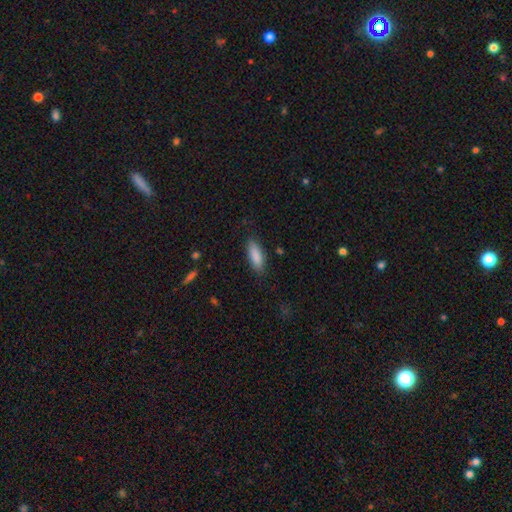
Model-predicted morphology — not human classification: This is clearly a smooth galaxy (88%). How rounded: likely in between (67%). Merging: clearly none (85%).